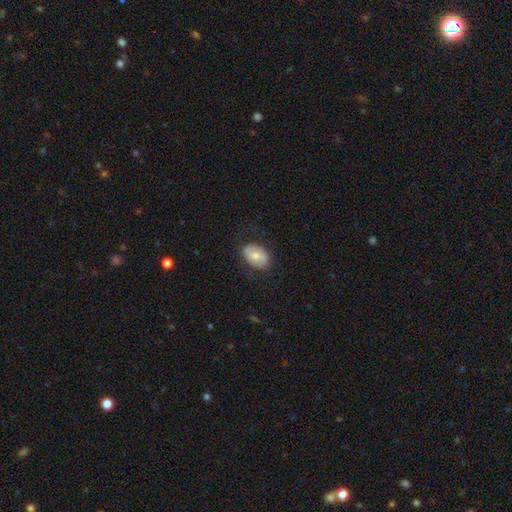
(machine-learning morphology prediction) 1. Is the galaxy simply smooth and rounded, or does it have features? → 64% smooth, 30% featured or disk, 7% star or artifact.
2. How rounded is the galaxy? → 83% in between, 15% round, 1% cigar-shaped.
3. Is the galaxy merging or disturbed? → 79% none, 15% minor disturbance, 5% major disturbance, 1% merger.